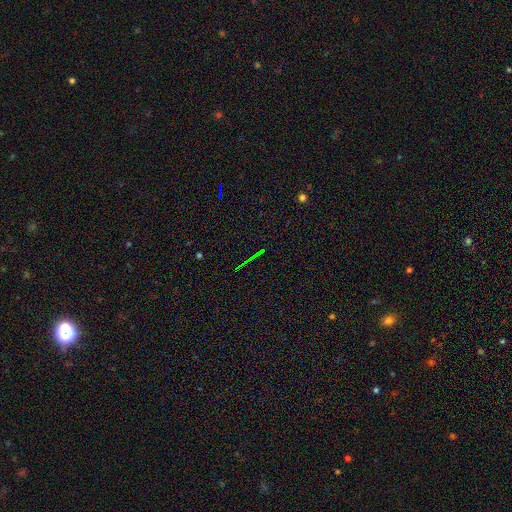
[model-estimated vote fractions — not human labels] Overall: star or artifact (73%).